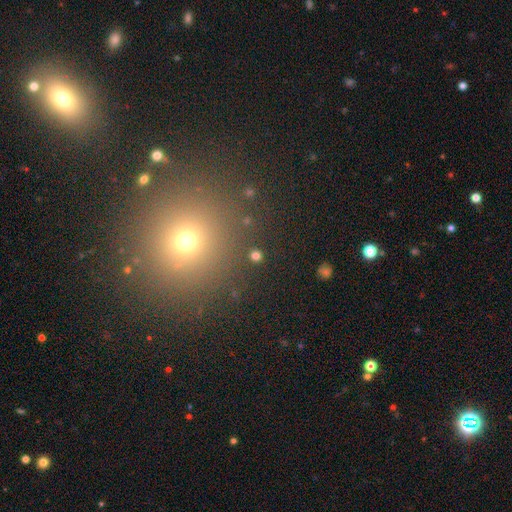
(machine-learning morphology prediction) Smooth or featured?
  - smooth: 76% *
  - star or artifact: 19%
  - featured or disk: 5%
How rounded?
  - round: 87% *
  - in between: 12%
  - cigar-shaped: 1%
Merging?
  - none: 89% *
  - minor disturbance: 5%
  - merger: 3%
  - major disturbance: 3%